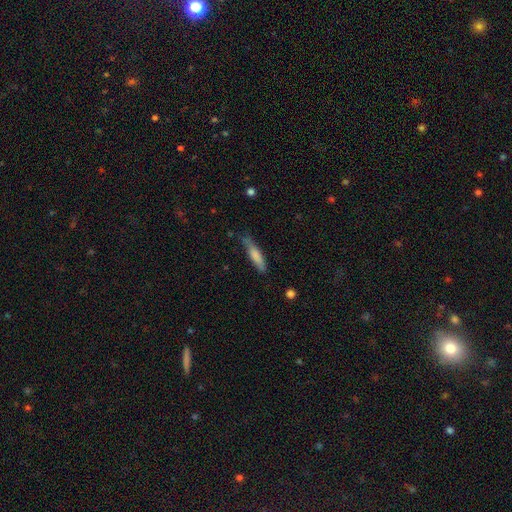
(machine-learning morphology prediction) type=smooth (75%); roundness=cigar-shaped (79%); merging=none (63%).